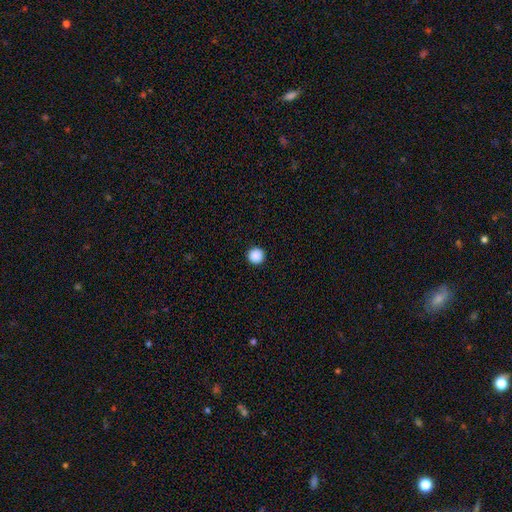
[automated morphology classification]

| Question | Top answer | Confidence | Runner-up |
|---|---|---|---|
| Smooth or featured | smooth | 89% | star or artifact (9%) |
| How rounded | round | 97% | in between (2%) |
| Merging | none | 94% | minor disturbance (4%) |